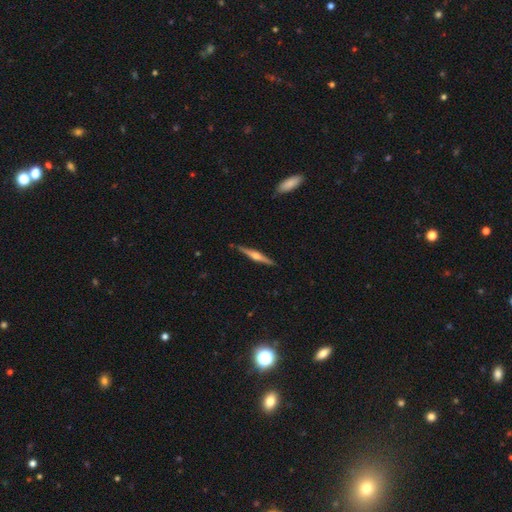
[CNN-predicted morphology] A featured or disk galaxy (75%) viewed edge-on (98%) with a rounded central bulge (89%). Merging: none (89%).